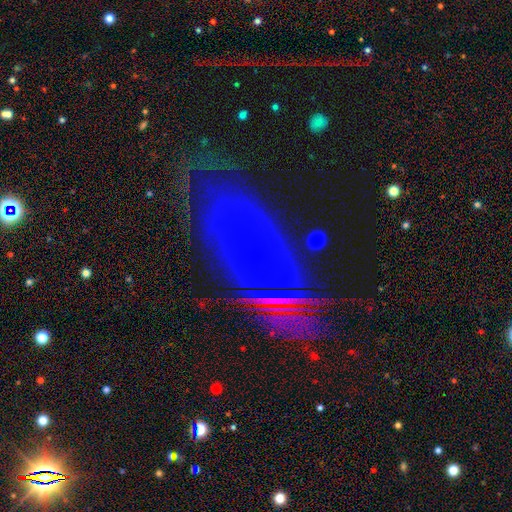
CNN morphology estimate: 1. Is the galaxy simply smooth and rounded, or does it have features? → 46% featured or disk, 29% smooth, 25% star or artifact.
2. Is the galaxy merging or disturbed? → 63% none, 21% minor disturbance, 12% major disturbance, 4% merger.